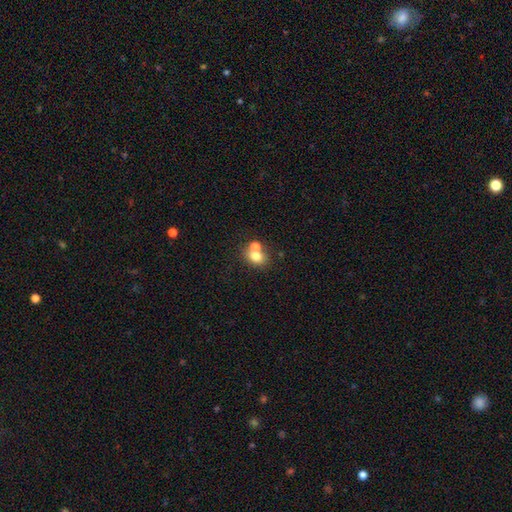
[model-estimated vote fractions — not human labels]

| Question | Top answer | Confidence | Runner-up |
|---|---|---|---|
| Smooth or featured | smooth | 73% | featured or disk (14%) |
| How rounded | round | 59% | in between (40%) |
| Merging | none | 47% | merger (41%) |